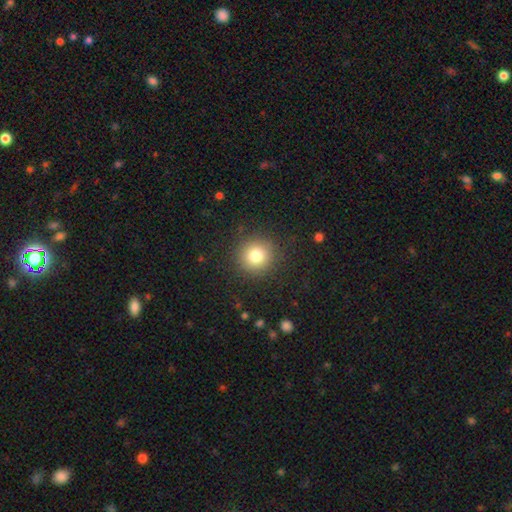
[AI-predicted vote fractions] A smooth galaxy with no disk features (80%) that is round (94%).

Vote fractions:
- Smooth or featured? smooth: 80% / star or artifact: 12% / featured or disk: 8%
- How rounded? round: 94% / in between: 5% / cigar-shaped: 1%
- Merging? none: 89% / minor disturbance: 7% / major disturbance: 3% / merger: 1%